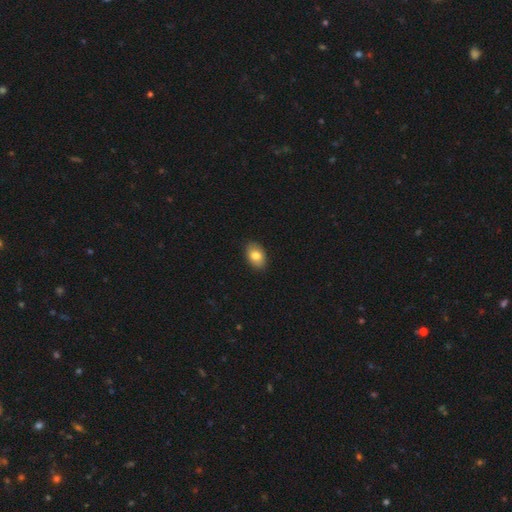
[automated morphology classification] Smooth or featured?
  - smooth: 82% *
  - featured or disk: 10%
  - star or artifact: 8%
How rounded?
  - in between: 86% *
  - round: 13%
  - cigar-shaped: 1%
Merging?
  - none: 88% *
  - minor disturbance: 9%
  - major disturbance: 2%
  - merger: 1%